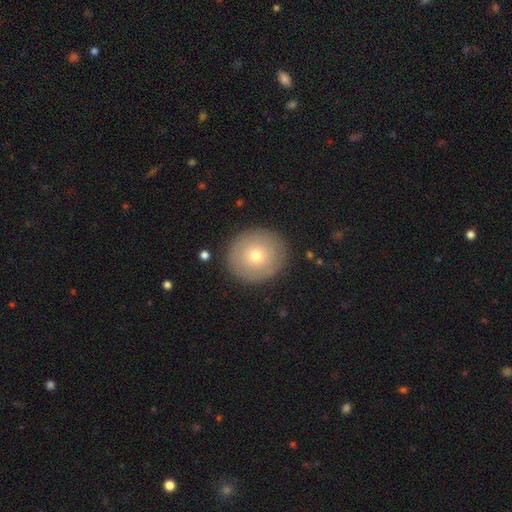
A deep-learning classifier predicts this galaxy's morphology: type=smooth (67%); roundness=round (91%); merging=none (88%).